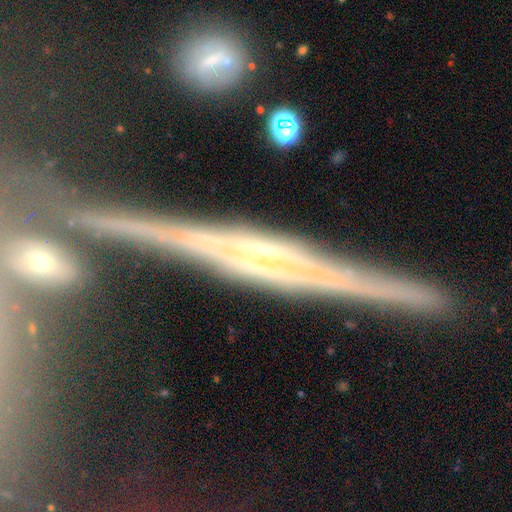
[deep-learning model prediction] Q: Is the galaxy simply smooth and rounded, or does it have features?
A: featured or disk — 82%.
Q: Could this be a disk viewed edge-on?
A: yes — 95%.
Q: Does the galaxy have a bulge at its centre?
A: rounded — 41%.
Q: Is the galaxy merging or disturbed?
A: none — 78%.